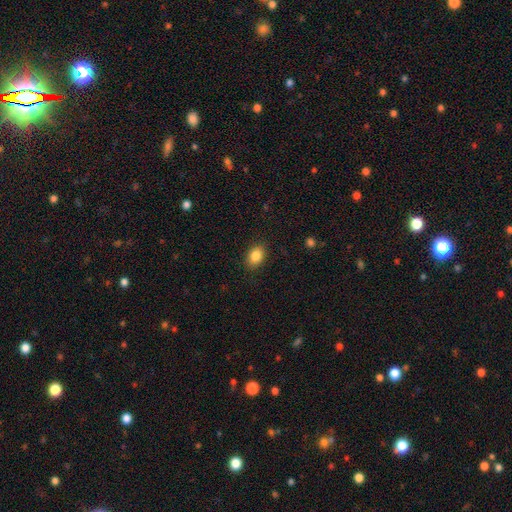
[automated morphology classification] Smooth or featured?
  - smooth: 86% *
  - star or artifact: 9%
  - featured or disk: 5%
How rounded?
  - in between: 79% *
  - round: 20%
  - cigar-shaped: 1%
Merging?
  - none: 88% *
  - minor disturbance: 9%
  - major disturbance: 2%
  - merger: 1%